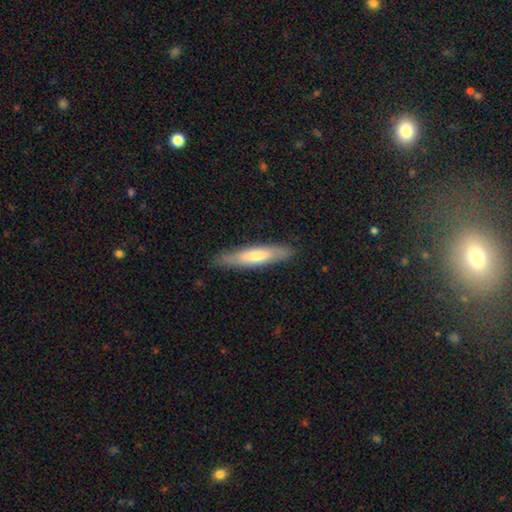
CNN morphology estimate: Overall: smooth (53%; featured or disk 39%). How rounded: cigar-shaped (87%). Merging: none (87%).